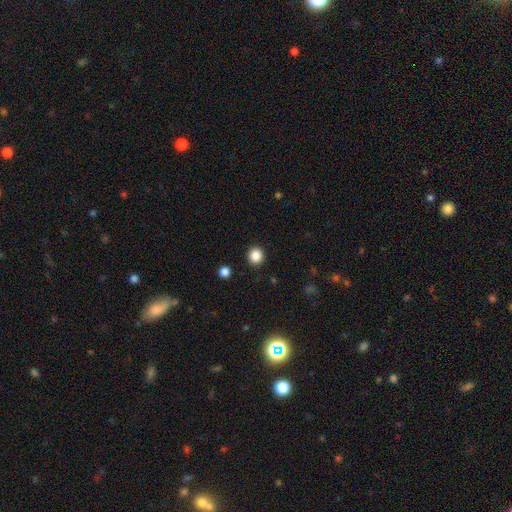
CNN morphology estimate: smooth_or_featured: smooth (p=0.86) [alt: star or artifact p=0.11]
how_rounded: round (p=0.90) [alt: in between p=0.09]
merging: none (p=0.92) [alt: minor disturbance p=0.05]